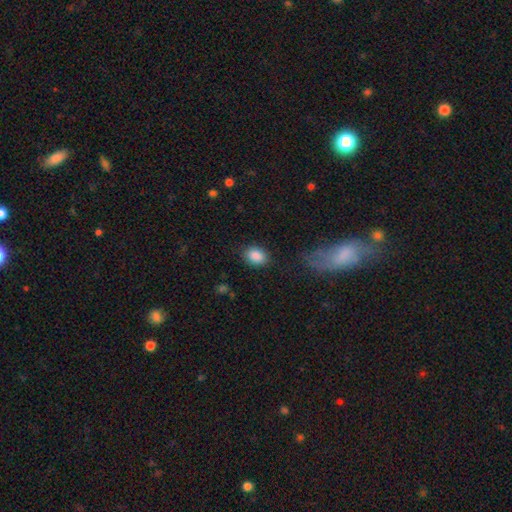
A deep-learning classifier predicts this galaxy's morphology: Smooth or featured? smooth (87%)
How rounded? in between (68%)
Merging? none (85%)